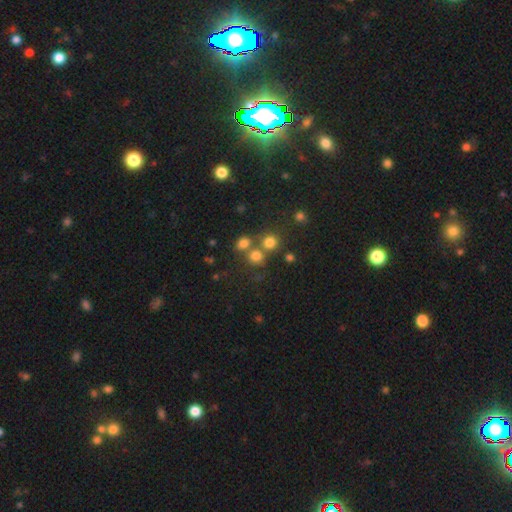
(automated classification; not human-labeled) This appears to be a smooth galaxy with no disk features (73%) that is round (86%). Merging: none (59%).